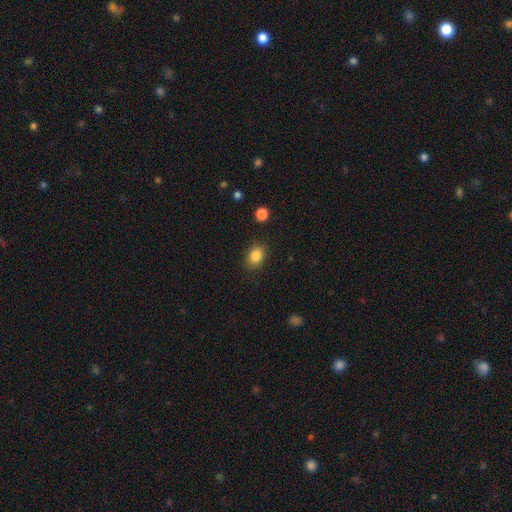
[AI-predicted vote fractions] A smooth galaxy with no disk features (85%) that is in between round and cigar-shaped (62%).

Vote fractions:
- Smooth or featured? smooth: 85% / star or artifact: 10% / featured or disk: 5%
- How rounded? in between: 62% / round: 36% / cigar-shaped: 1%
- Merging? none: 85% / minor disturbance: 10% / major disturbance: 3% / merger: 2%